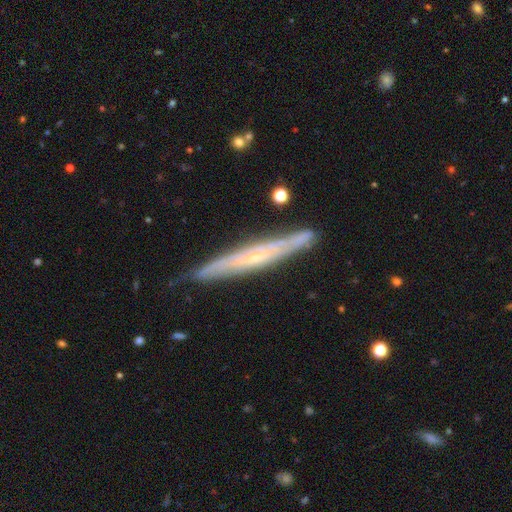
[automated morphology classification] A featured or disk galaxy (70%) viewed edge-on (87%) with no central bulge (52%). Merging: none (81%).